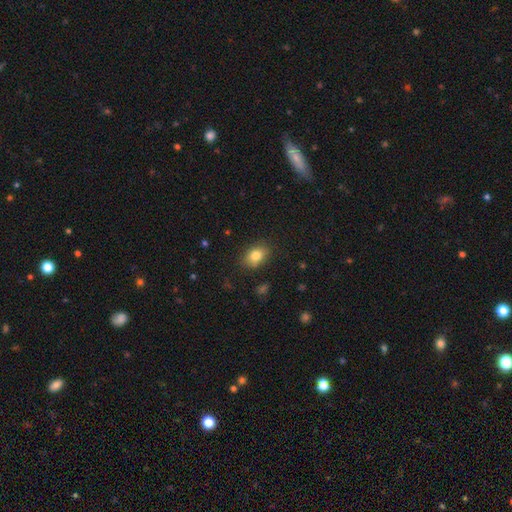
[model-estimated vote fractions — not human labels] Smooth or featured? smooth (82%)
How rounded? in between (81%)
Merging? none (85%)